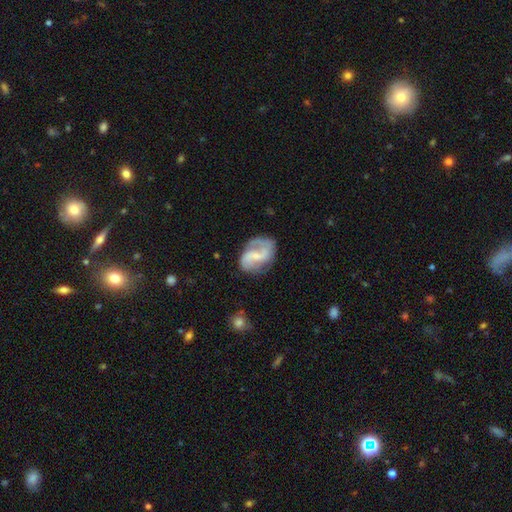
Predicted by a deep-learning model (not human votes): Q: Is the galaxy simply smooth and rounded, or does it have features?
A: featured or disk — 80%.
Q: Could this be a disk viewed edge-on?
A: no — 98%.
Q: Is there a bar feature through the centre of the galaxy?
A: weak — 53%.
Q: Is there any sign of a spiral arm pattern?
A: yes — 93%.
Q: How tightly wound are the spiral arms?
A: medium — 48%.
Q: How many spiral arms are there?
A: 2 — 83%.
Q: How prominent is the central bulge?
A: small — 53%.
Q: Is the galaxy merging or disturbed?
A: none — 65%.